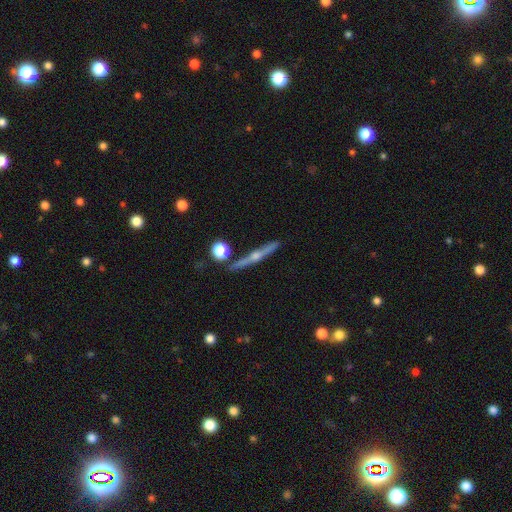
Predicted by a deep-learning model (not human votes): This is likely a featured or disk galaxy (76%). It is clearly viewed edge-on (98%). Edge-on bulge: clearly rounded (89%). Merging: clearly none (87%).